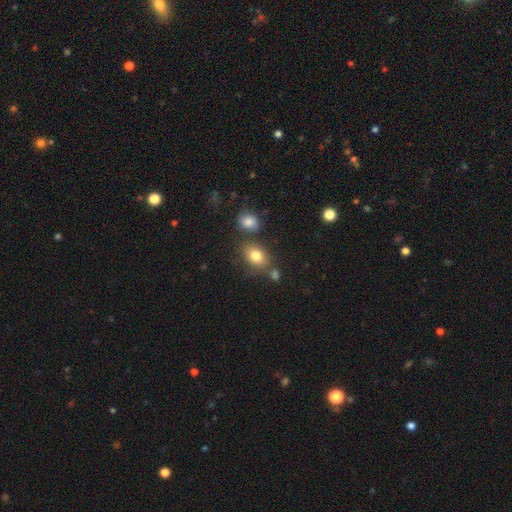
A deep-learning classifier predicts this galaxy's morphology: smooth-or-featured: smooth: 80% | star or artifact: 10% | featured or disk: 10%
  how-rounded: in between: 73% | round: 26% | cigar-shaped: 1%
  merging: none: 67% | minor disturbance: 14% | merger: 14% | major disturbance: 5%